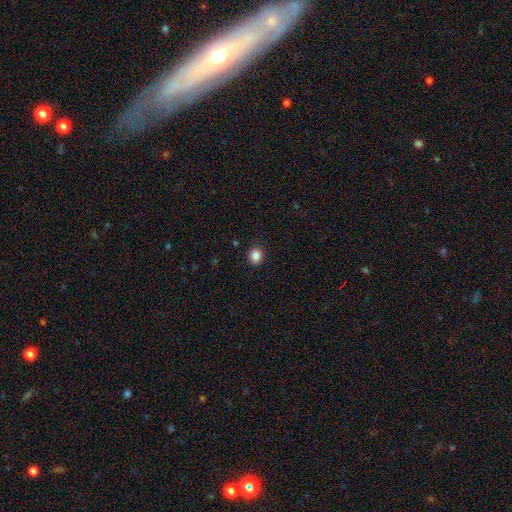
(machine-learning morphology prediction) Smooth or featured? smooth (86%)
How rounded? round (82%)
Merging? none (90%)